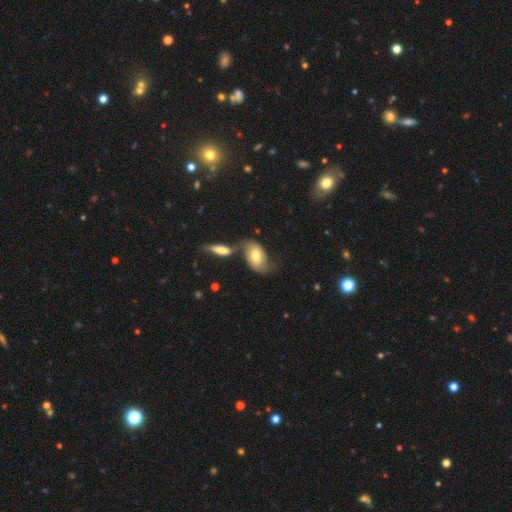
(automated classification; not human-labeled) smooth 55%, featured or disk 38%, star or artifact 7%. Down the decision tree: how rounded — in between (89%); merging — none (41%).